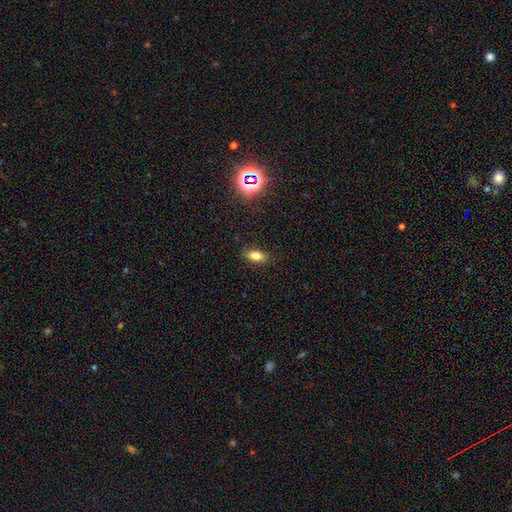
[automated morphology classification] This appears to be a smooth galaxy with no disk features (79%) that is in between round and cigar-shaped (86%). Merging: none (86%).